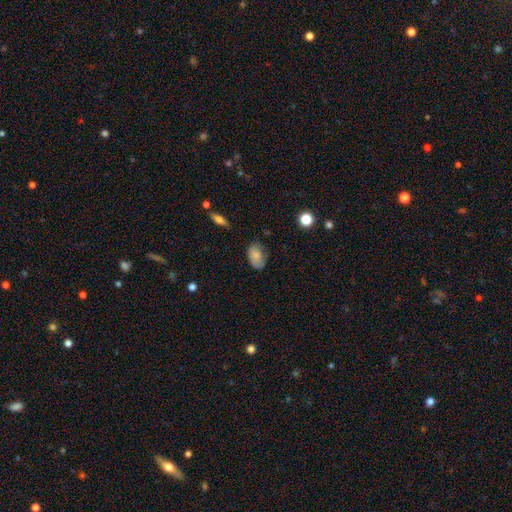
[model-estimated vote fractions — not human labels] smooth-or-featured: smooth: 77% | featured or disk: 15% | star or artifact: 8%
  how-rounded: in between: 88% | round: 11% | cigar-shaped: 1%
  merging: none: 67% | minor disturbance: 26% | major disturbance: 6% | merger: 2%